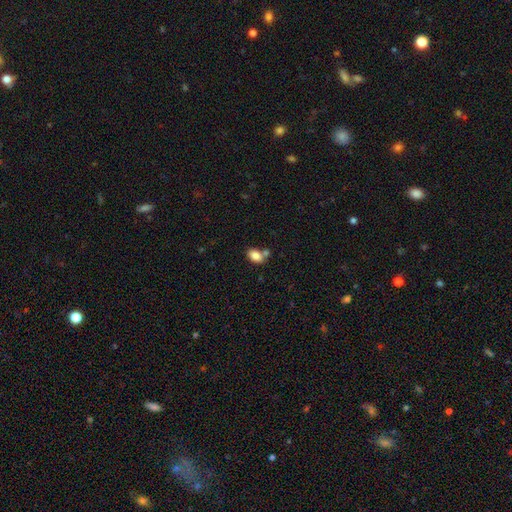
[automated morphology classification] A smooth galaxy with no disk features (84%) that is in between round and cigar-shaped (85%). Merging: none (55%).